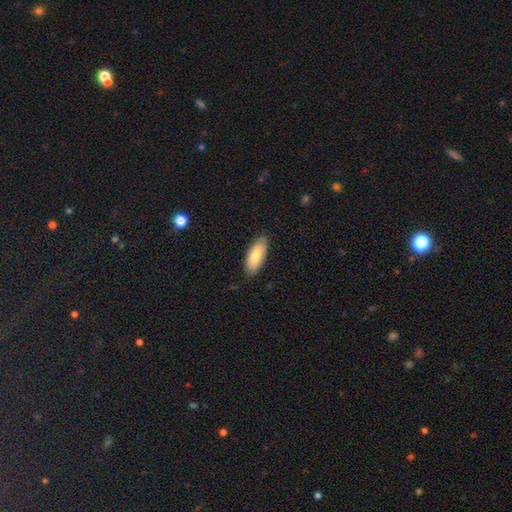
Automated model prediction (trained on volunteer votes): smooth_or_featured: smooth (p=0.82) [alt: featured or disk p=0.13]
how_rounded: in between (p=0.83) [alt: cigar-shaped p=0.15]
merging: none (p=0.84) [alt: minor disturbance p=0.13]